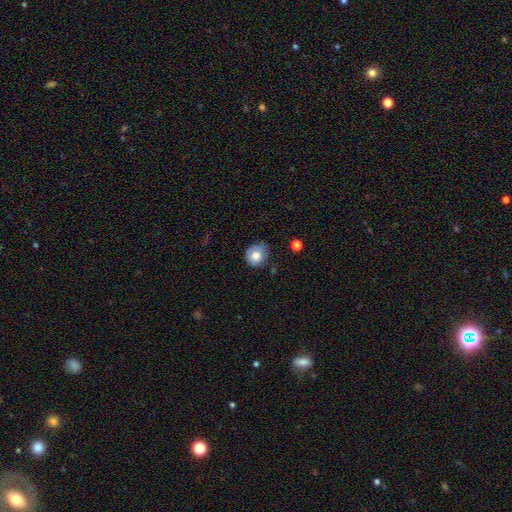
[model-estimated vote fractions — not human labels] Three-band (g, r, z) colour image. It shows a smooth galaxy with no disk features (77%) that is round (75%). Merging: none (63%).